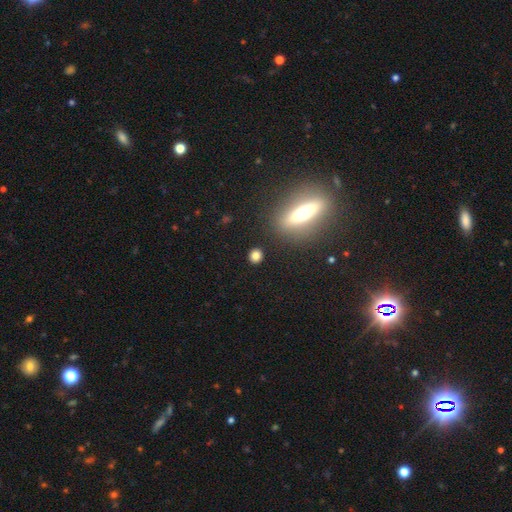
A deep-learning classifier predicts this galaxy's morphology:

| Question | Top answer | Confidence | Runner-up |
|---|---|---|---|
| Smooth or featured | smooth | 80% | star or artifact (13%) |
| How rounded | round | 76% | in between (21%) |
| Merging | none | 87% | minor disturbance (7%) |